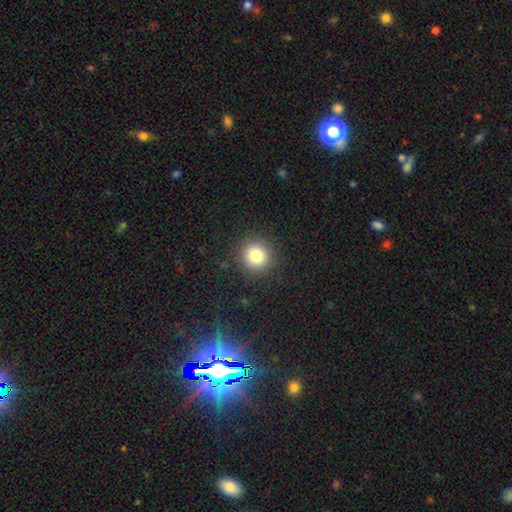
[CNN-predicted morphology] Smooth or featured? Predicted: smooth (p=0.82). How rounded? Predicted: round (p=0.93). Merging? Predicted: none (p=0.90).